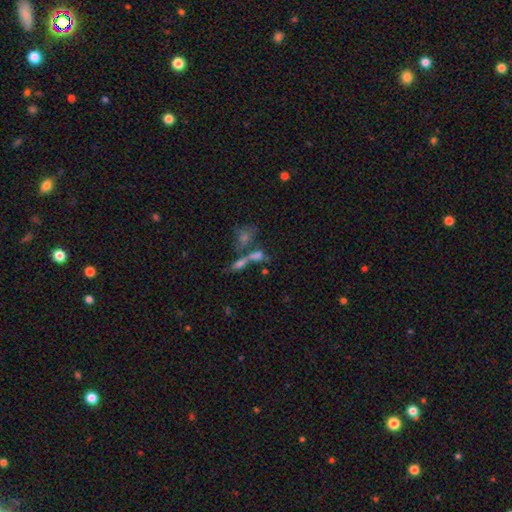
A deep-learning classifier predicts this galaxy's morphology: smooth-or-featured: smooth: 59% | featured or disk: 25% | star or artifact: 17%
  how-rounded: in between: 52% | cigar-shaped: 30% | round: 18%
  merging: merger: 50% | none: 33% | minor disturbance: 9% | major disturbance: 8%